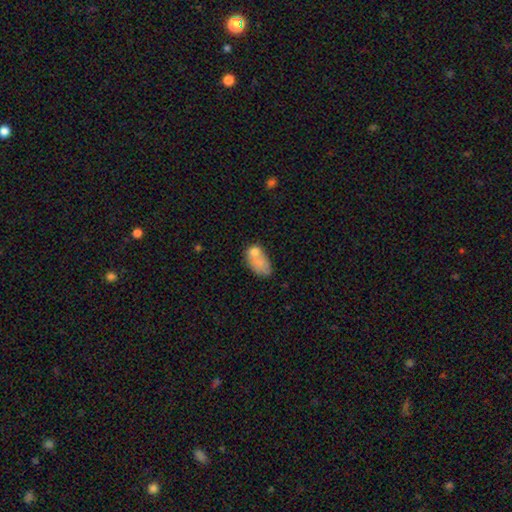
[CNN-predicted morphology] This appears to be a smooth galaxy with no disk features (70%) that is in between round and cigar-shaped (87%). Merging: merger (36%).